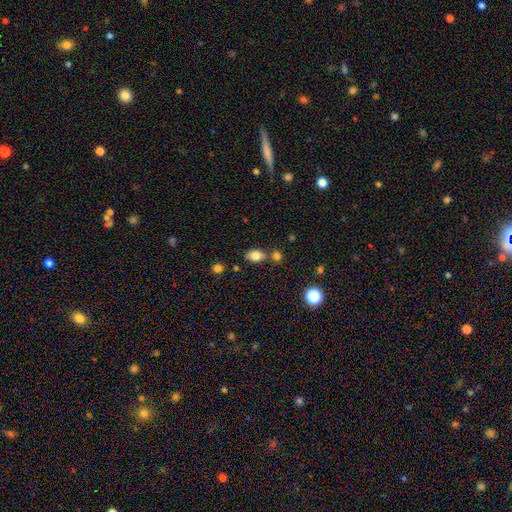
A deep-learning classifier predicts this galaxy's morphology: A smooth galaxy with no disk features (82%) that is in between round and cigar-shaped (80%). Merging: none (66%).